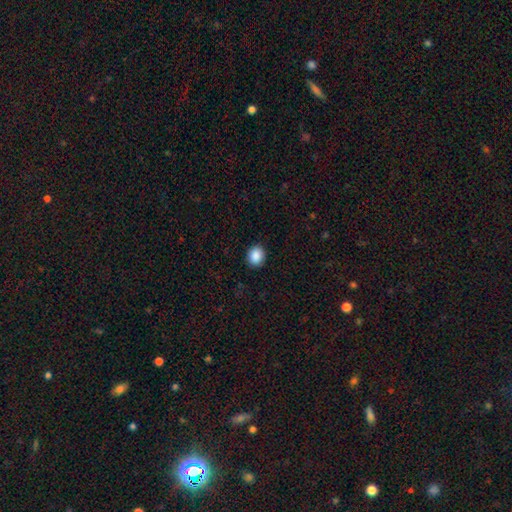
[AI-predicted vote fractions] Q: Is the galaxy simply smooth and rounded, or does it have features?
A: smooth — 89%.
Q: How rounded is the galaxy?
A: round — 68%.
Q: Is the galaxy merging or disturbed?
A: none — 91%.